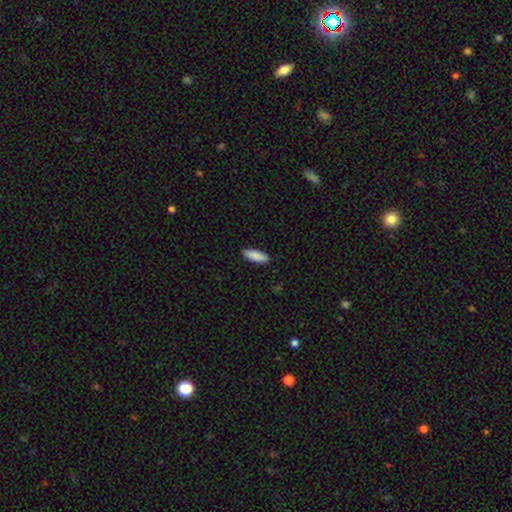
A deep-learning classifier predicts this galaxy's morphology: A smooth galaxy with no disk features (89%) that is in between round and cigar-shaped (68%).

Vote fractions:
- Smooth or featured? smooth: 89% / star or artifact: 6% / featured or disk: 5%
- How rounded? in between: 68% / cigar-shaped: 30% / round: 2%
- Merging? none: 89% / minor disturbance: 8% / major disturbance: 2% / merger: 1%